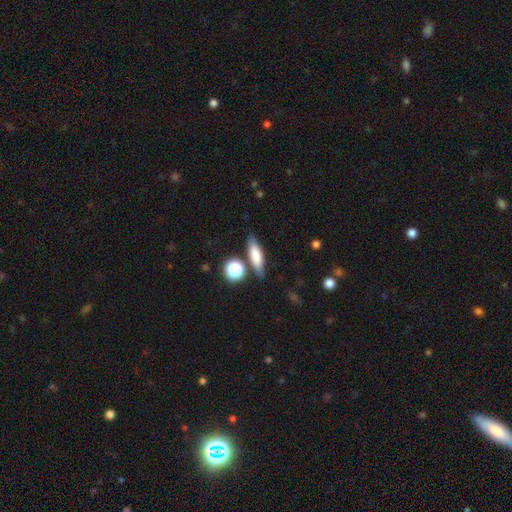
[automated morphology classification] smooth-or-featured: smooth: 68% | featured or disk: 22% | star or artifact: 10%
  how-rounded: cigar-shaped: 54% | in between: 39% | round: 6%
  merging: none: 74% | minor disturbance: 13% | merger: 9% | major disturbance: 4%